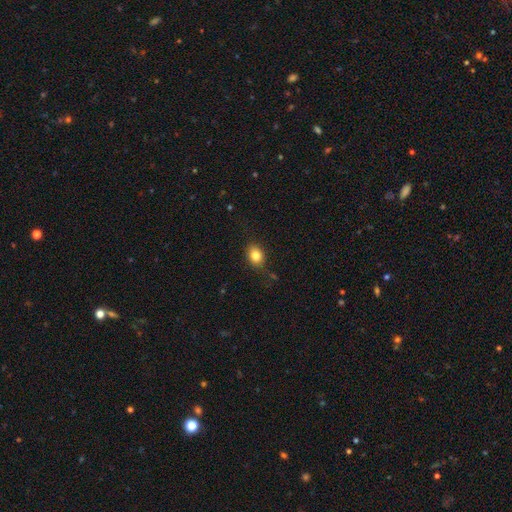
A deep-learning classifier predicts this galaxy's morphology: smooth_or_featured: smooth (p=0.82) [alt: star or artifact p=0.10]
how_rounded: in between (p=0.61) [alt: round p=0.38]
merging: none (p=0.80) [alt: minor disturbance p=0.15]